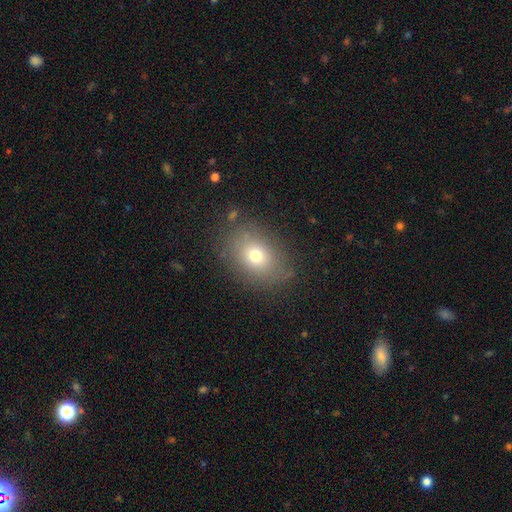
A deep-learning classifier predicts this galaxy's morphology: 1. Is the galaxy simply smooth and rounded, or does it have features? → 71% smooth, 15% featured or disk, 14% star or artifact.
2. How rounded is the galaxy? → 64% in between, 34% round, 1% cigar-shaped.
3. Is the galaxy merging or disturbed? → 79% none, 14% minor disturbance, 5% major disturbance, 2% merger.